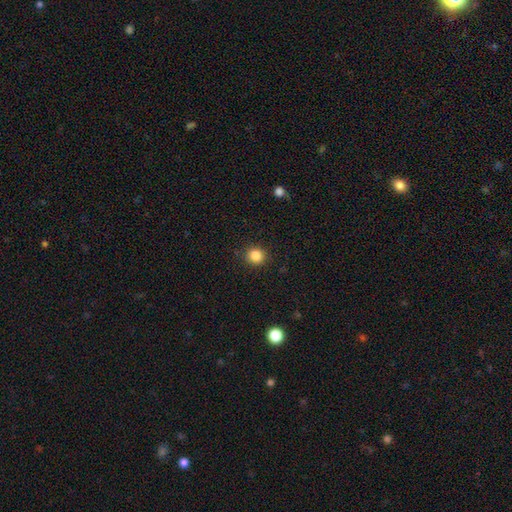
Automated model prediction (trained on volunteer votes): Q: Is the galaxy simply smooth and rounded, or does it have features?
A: smooth — 85%.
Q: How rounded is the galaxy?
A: round — 89%.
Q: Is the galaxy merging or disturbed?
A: none — 90%.